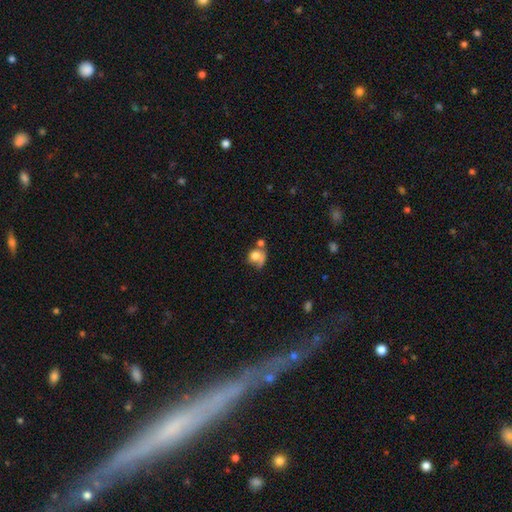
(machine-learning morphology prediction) type=smooth (67%); roundness=round (66%); merging=none (30%).